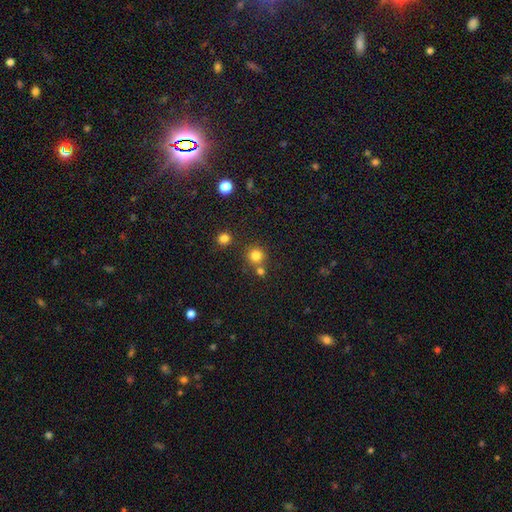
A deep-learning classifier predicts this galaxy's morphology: This is likely a smooth galaxy (80%). How rounded: clearly round (93%). Merging: likely none (73%).